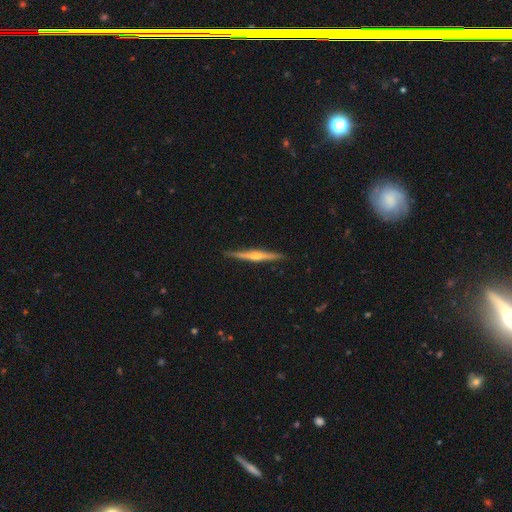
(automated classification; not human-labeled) This appears to be a featured or disk galaxy (77%) viewed edge-on (98%) with a rounded central bulge (84%). Merging: none (91%).